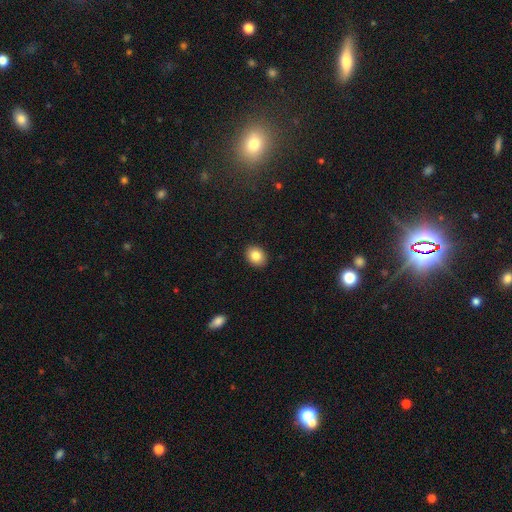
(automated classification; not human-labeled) Smooth or featured? Predicted: smooth (p=0.83). How rounded? Predicted: in between (p=0.55). Merging? Predicted: none (p=0.91).